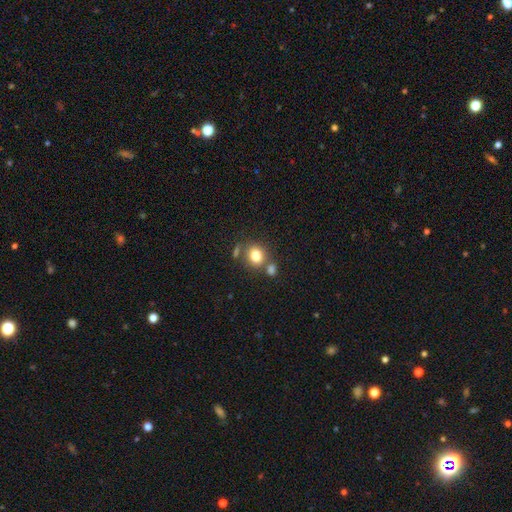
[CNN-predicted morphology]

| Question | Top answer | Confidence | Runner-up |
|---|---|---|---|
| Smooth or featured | smooth | 80% | star or artifact (11%) |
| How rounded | round | 65% | in between (34%) |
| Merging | none | 61% | merger (23%) |